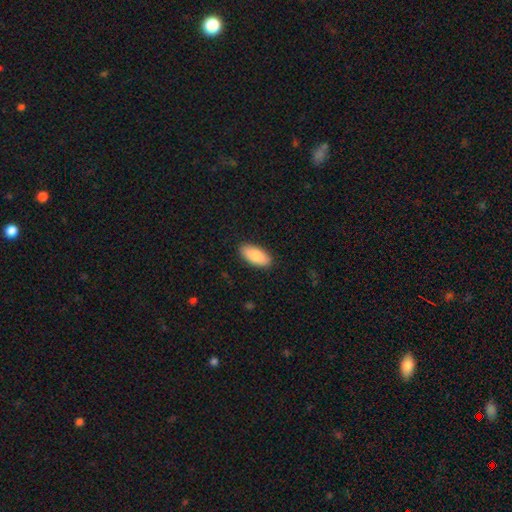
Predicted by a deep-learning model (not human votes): This appears to be a smooth galaxy with no disk features (86%) that is in between round and cigar-shaped (92%). Merging: none (89%).